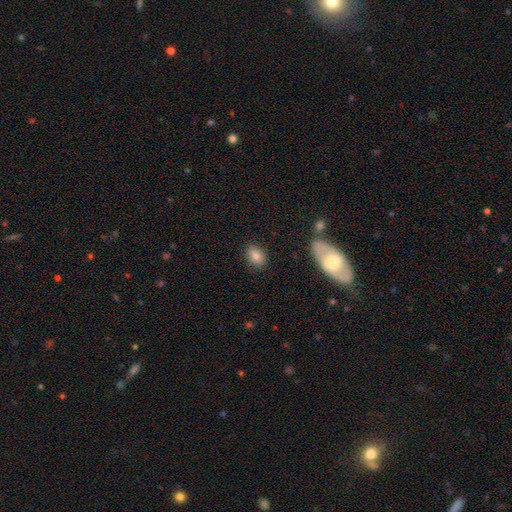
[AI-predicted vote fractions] Smooth or featured?
  - smooth: 83% *
  - star or artifact: 9%
  - featured or disk: 8%
How rounded?
  - in between: 77% *
  - round: 21%
  - cigar-shaped: 2%
Merging?
  - none: 85% *
  - minor disturbance: 10%
  - major disturbance: 3%
  - merger: 2%